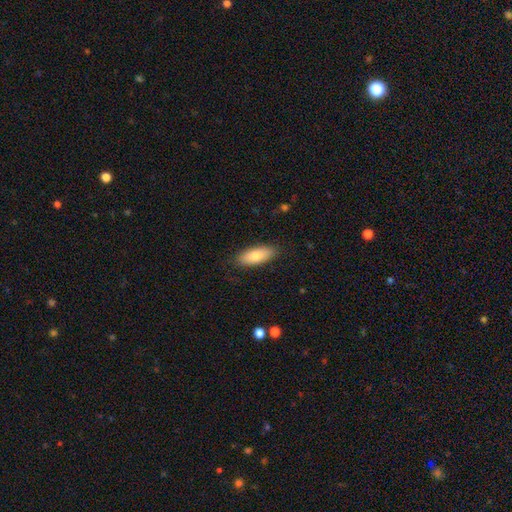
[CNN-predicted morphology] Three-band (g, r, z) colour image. It shows a smooth galaxy with no disk features (81%) that is in between round and cigar-shaped (77%). Merging: none (85%).